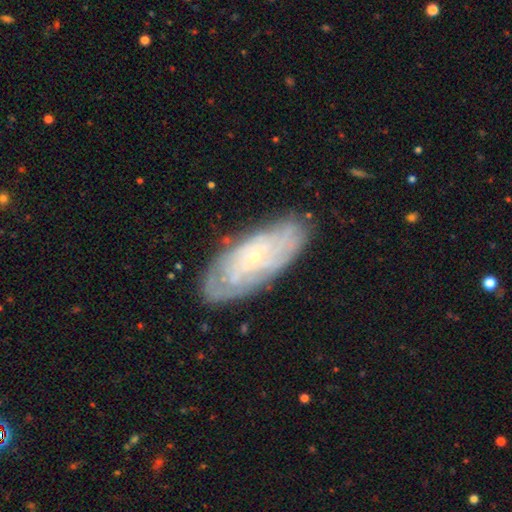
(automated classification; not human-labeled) A featured or disk galaxy (73%) with no bar (77%), tight (74%) spiral arms (83%) and a small central bulge (86%). Merging: none (80%).